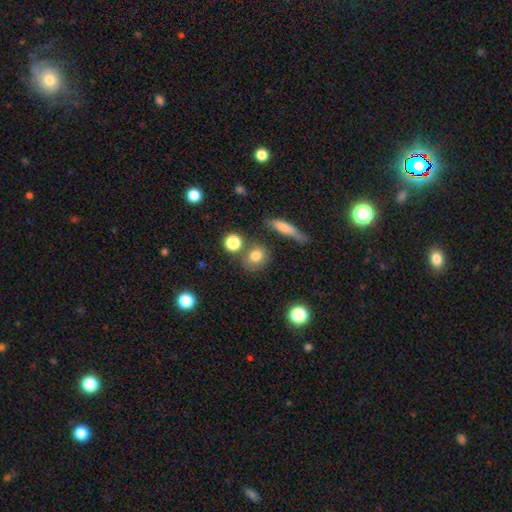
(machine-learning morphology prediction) Overall: smooth (78%). How rounded: round (73%). Merging: none (68%).